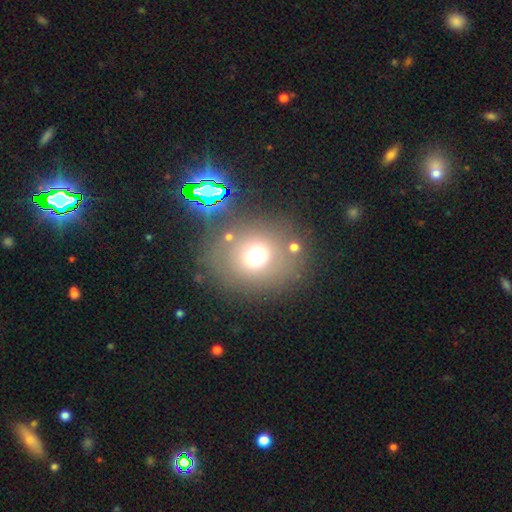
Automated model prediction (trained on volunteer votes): A smooth galaxy with no disk features (65%) that is round (80%).

Vote fractions:
- Smooth or featured? smooth: 65% / star or artifact: 23% / featured or disk: 12%
- How rounded? round: 80% / in between: 19% / cigar-shaped: 1%
- Merging? none: 73% / merger: 10% / minor disturbance: 10% / major disturbance: 7%